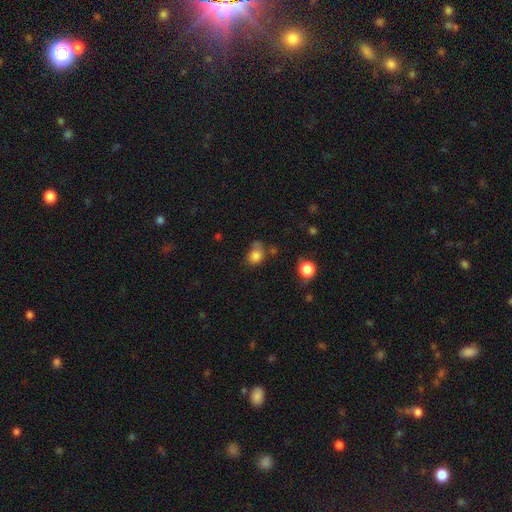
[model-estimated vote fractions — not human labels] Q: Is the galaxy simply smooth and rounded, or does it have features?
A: smooth — 80%.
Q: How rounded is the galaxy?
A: round — 56%.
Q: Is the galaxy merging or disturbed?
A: none — 49%.